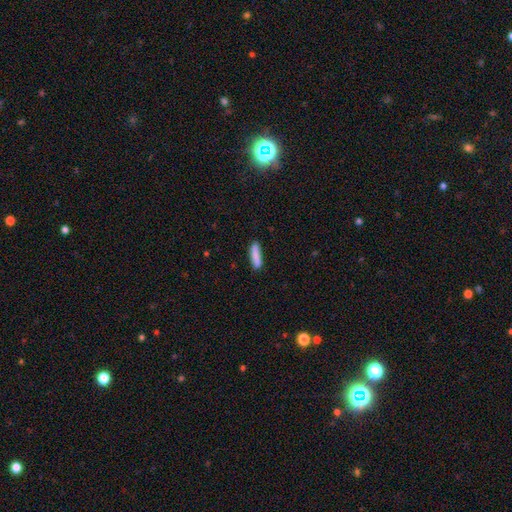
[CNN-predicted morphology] Overall: smooth (87%). How rounded: cigar-shaped (78%). Merging: none (84%).